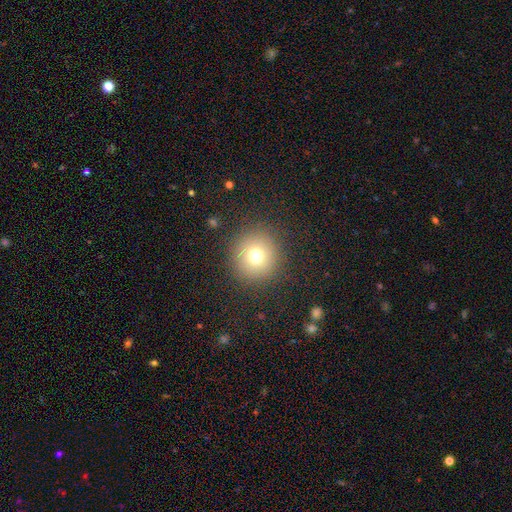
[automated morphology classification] This is likely a smooth galaxy (74%). How rounded: clearly round (93%). Merging: clearly none (89%).